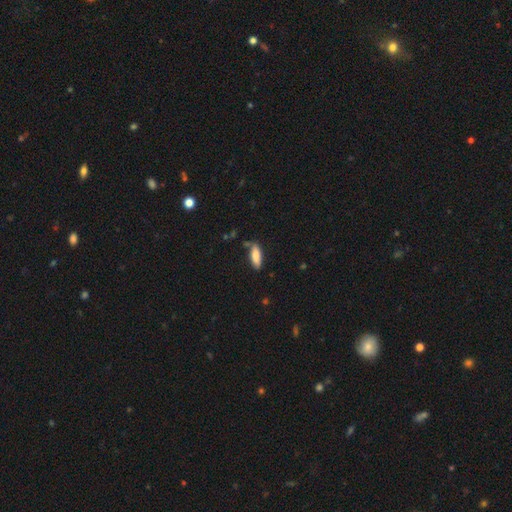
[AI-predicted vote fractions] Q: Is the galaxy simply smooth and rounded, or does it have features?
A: smooth — 82%.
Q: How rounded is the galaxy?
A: in between — 60%.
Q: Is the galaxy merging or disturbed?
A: none — 73%.